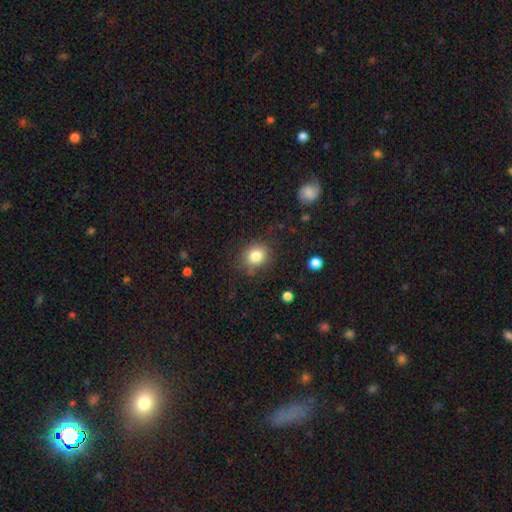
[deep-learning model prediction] smooth 83%, star or artifact 11%, featured or disk 7%. Down the decision tree: how rounded — round (73%); merging — none (78%).